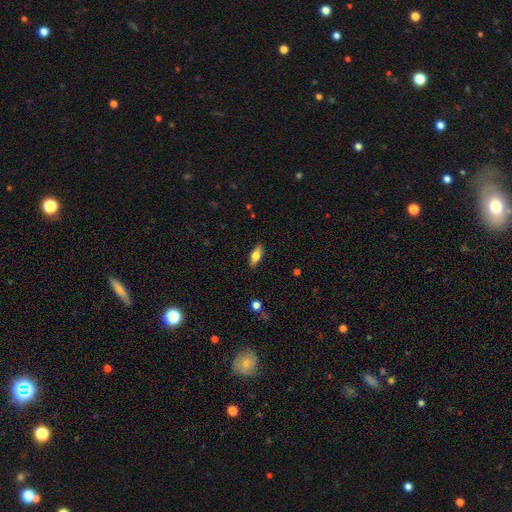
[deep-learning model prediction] Overall: smooth (69%). How rounded: in between (76%). Merging: none (87%).